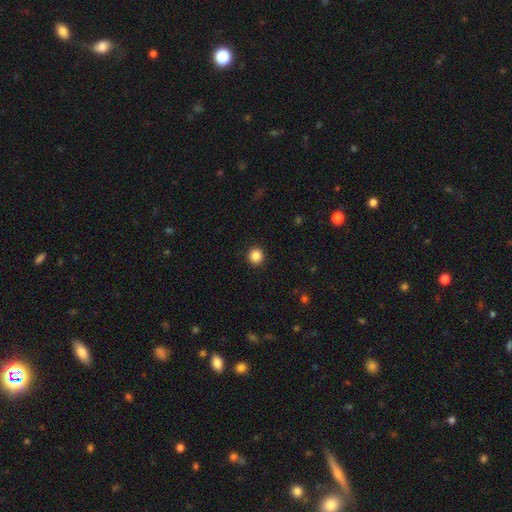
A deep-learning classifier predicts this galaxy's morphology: Smooth or featured? Predicted: smooth (p=0.86). How rounded? Predicted: round (p=0.95). Merging? Predicted: none (p=0.93).